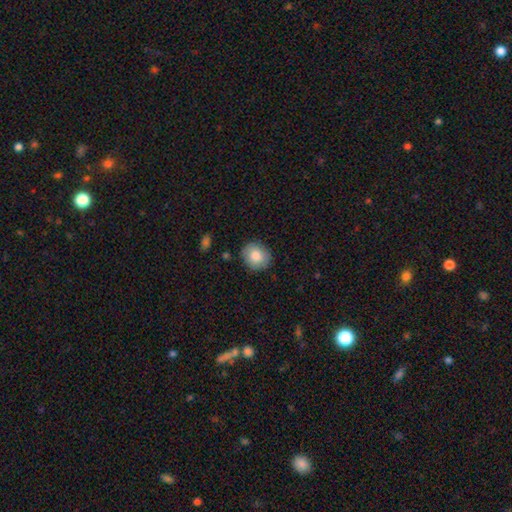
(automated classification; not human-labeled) Smooth or featured: smooth — 81% (featured or disk — 11%)
How rounded: round — 73% (in between — 26%)
Merging: none — 86% (minor disturbance — 10%)